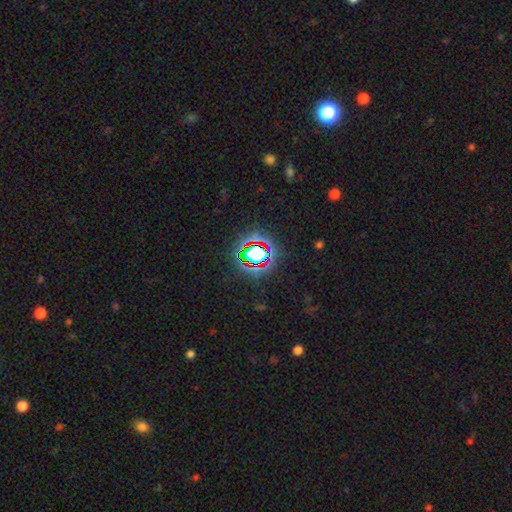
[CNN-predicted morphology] Overall: star or artifact (71%).